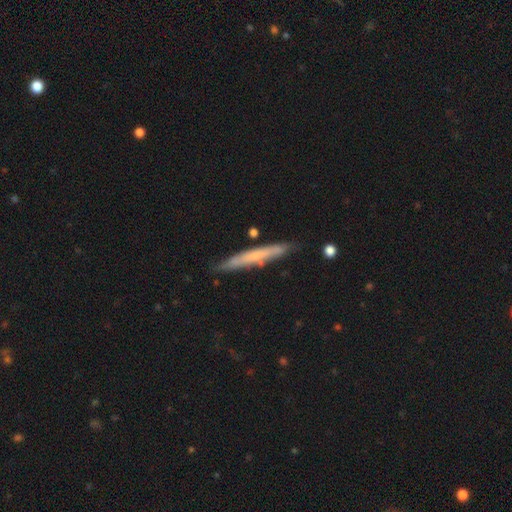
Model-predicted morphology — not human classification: Smooth or featured? featured or disk (47%, tied with smooth)
Merging? none (82%)